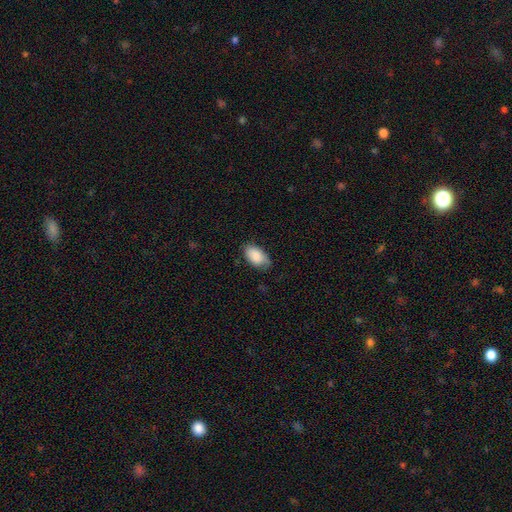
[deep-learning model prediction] Q: Smooth or featured?
A: smooth (85%); runner-up: featured or disk (9%)
Q: How rounded?
A: in between (94%); runner-up: round (4%)
Q: Merging?
A: none (68%); runner-up: minor disturbance (26%)